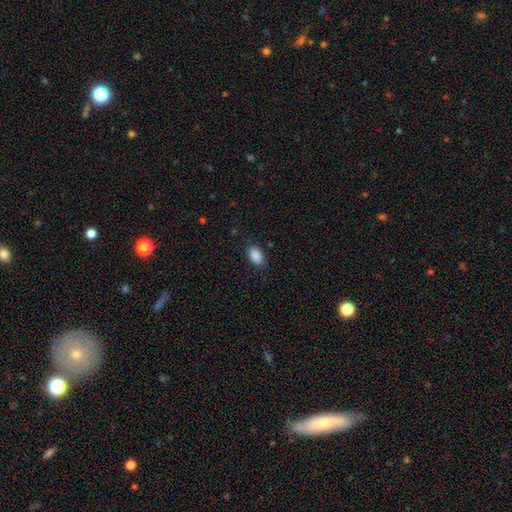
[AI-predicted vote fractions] Smooth or featured?
  - smooth: 90% *
  - star or artifact: 7%
  - featured or disk: 3%
How rounded?
  - in between: 91% *
  - round: 7%
  - cigar-shaped: 1%
Merging?
  - none: 85% *
  - minor disturbance: 11%
  - major disturbance: 3%
  - merger: 1%